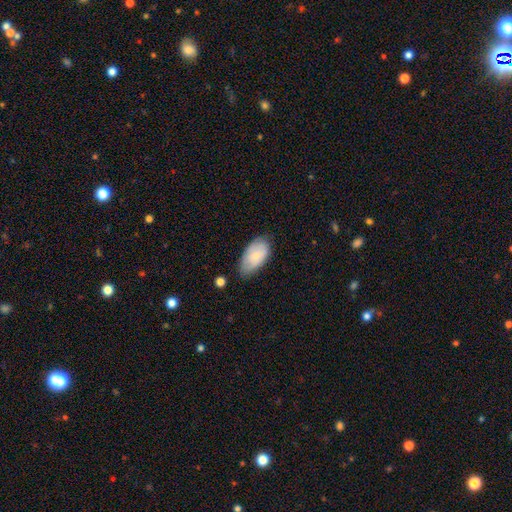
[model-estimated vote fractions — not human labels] The model was most divided on "merging": none: 63%, minor disturbance: 29%, major disturbance: 6%, merger: 2%. More confident: how rounded — in between (95%); smooth or featured — smooth (78%).